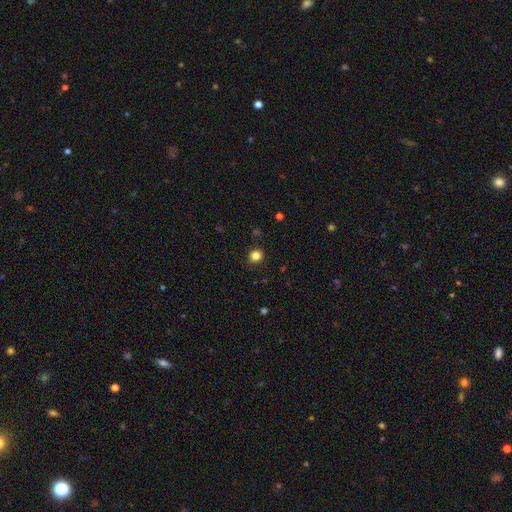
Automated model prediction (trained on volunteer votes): Smooth or featured?
  - smooth: 84% *
  - star or artifact: 12%
  - featured or disk: 4%
How rounded?
  - round: 81% *
  - in between: 18%
  - cigar-shaped: 1%
Merging?
  - none: 90% *
  - minor disturbance: 7%
  - major disturbance: 2%
  - merger: 1%